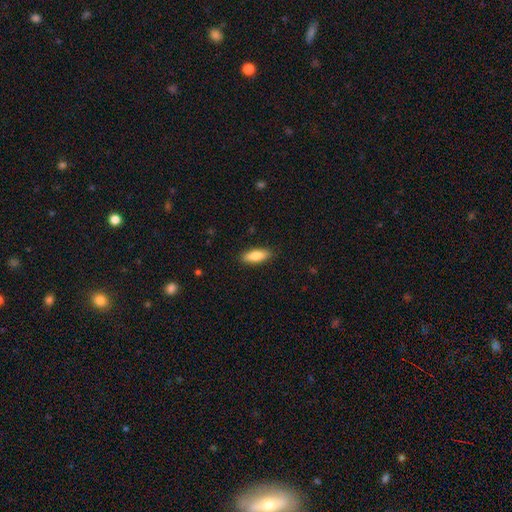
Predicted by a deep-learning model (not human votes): This appears to be a smooth galaxy with no disk features (83%) that is in between round and cigar-shaped (70%). Merging: none (88%).